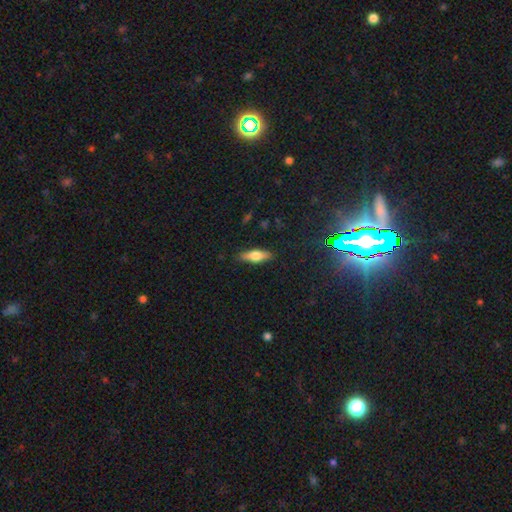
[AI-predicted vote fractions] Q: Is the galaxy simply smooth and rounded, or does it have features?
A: smooth — 55%.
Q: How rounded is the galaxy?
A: in between — 51%.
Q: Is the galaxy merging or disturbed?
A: none — 87%.